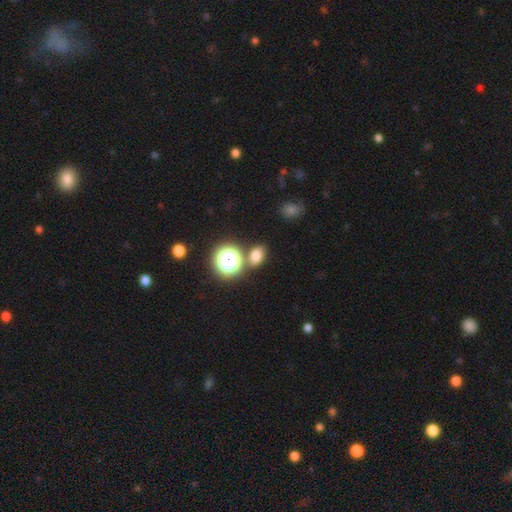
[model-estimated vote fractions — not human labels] smooth 72%, star or artifact 20%, featured or disk 8%. Down the decision tree: how rounded — in between (64%); merging — none (70%).